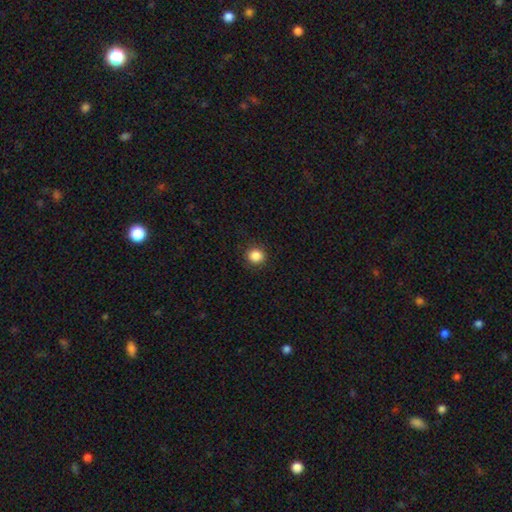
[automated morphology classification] Smooth or featured? smooth (86%)
How rounded? round (88%)
Merging? none (90%)